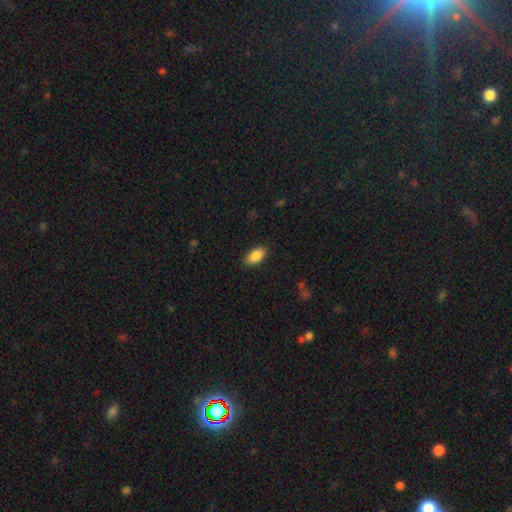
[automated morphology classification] type=smooth (88%); roundness=in between (93%); merging=none (88%).